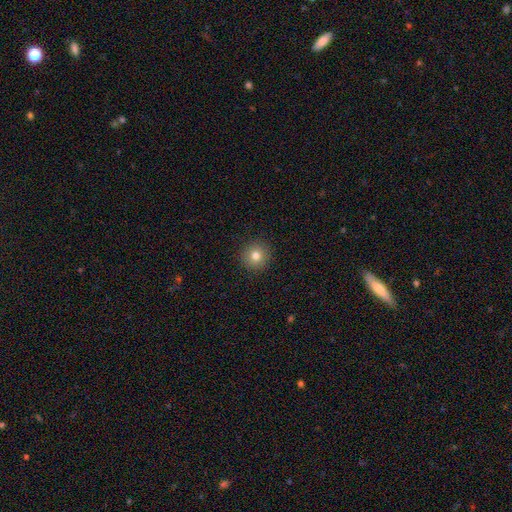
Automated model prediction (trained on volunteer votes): A smooth galaxy with no disk features (79%) that is round (94%).

Vote fractions:
- Smooth or featured? smooth: 79% / star or artifact: 12% / featured or disk: 9%
- How rounded? round: 94% / in between: 5% / cigar-shaped: 1%
- Merging? none: 92% / minor disturbance: 5% / major disturbance: 2% / merger: 1%